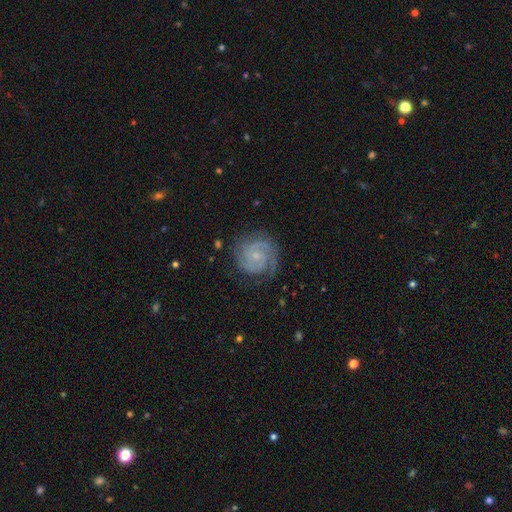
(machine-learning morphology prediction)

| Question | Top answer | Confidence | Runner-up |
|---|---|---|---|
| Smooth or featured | featured or disk | 87% | smooth (8%) |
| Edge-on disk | no | 98% | yes (2%) |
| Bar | no | 71% | weak (25%) |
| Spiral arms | yes | 98% | no (2%) |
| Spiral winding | tight | 68% | medium (28%) |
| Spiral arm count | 2 | 55% | 3 (20%) |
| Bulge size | small | 78% | moderate (13%) |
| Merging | none | 78% | minor disturbance (15%) |